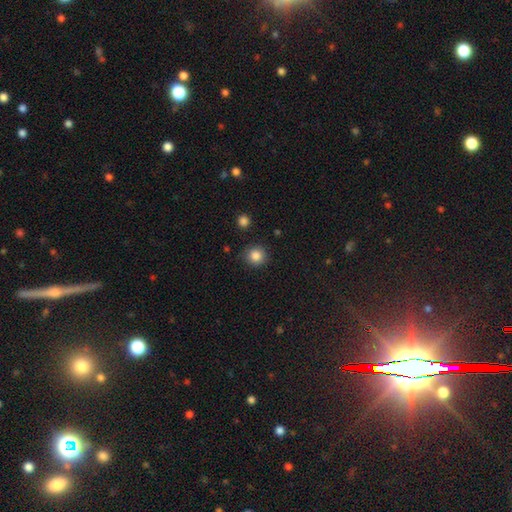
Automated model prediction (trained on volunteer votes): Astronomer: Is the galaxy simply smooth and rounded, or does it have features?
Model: smooth — 86%.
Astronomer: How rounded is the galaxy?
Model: round — 89%.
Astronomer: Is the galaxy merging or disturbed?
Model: none — 85%.